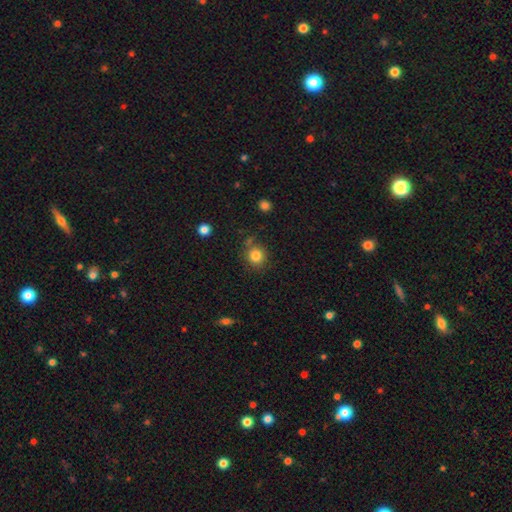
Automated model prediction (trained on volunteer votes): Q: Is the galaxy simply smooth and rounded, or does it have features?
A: smooth — 82%.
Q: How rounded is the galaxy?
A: round — 86%.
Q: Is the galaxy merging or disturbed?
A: none — 78%.